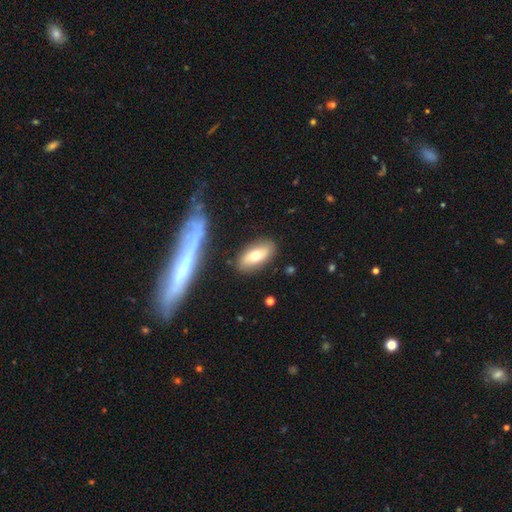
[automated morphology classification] smooth-or-featured: smooth: 61% | featured or disk: 32% | star or artifact: 7%
  how-rounded: in between: 85% | cigar-shaped: 12% | round: 4%
  merging: none: 84% | minor disturbance: 10% | merger: 3% | major disturbance: 3%